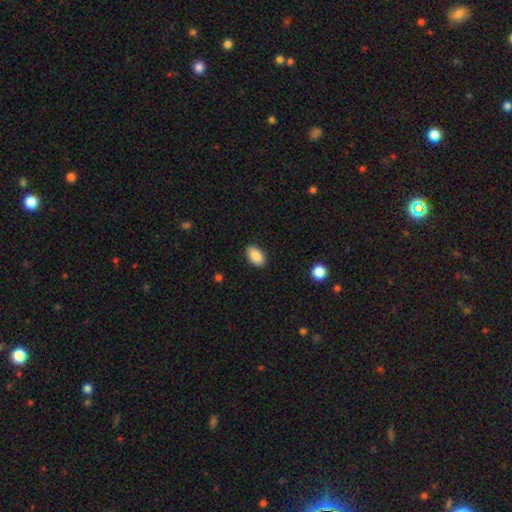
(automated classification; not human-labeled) Smooth or featured? smooth (88%)
How rounded? in between (92%)
Merging? none (89%)